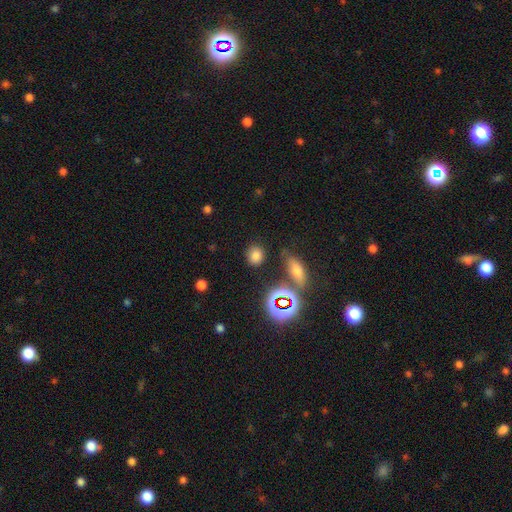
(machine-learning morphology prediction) Overall: smooth (75%). How rounded: round (68%; in between 30%). Merging: none (82%).